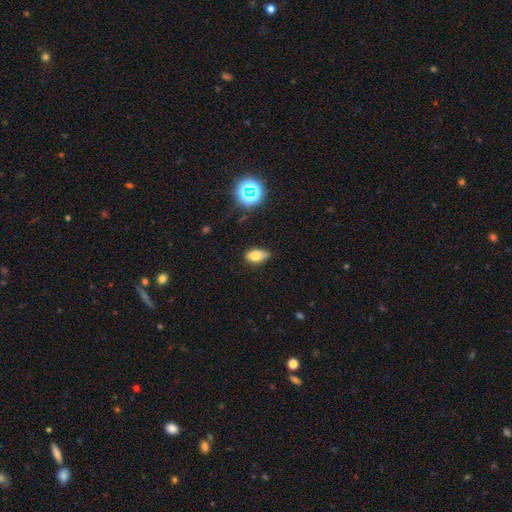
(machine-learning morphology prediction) Smooth or featured? smooth (75%)
How rounded? in between (88%)
Merging? none (69%)